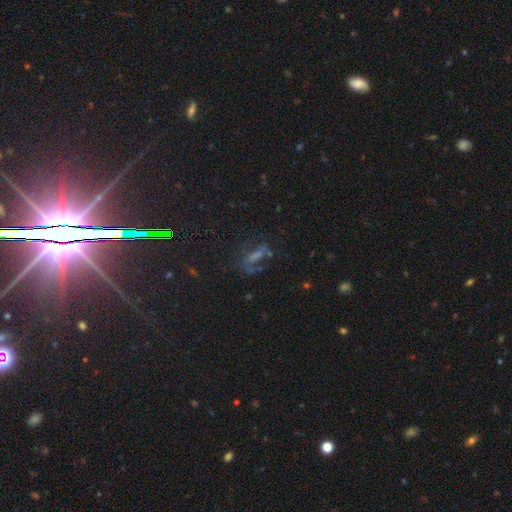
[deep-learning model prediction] smooth_or_featured: star or artifact (p=0.43) [alt: featured or disk p=0.31]